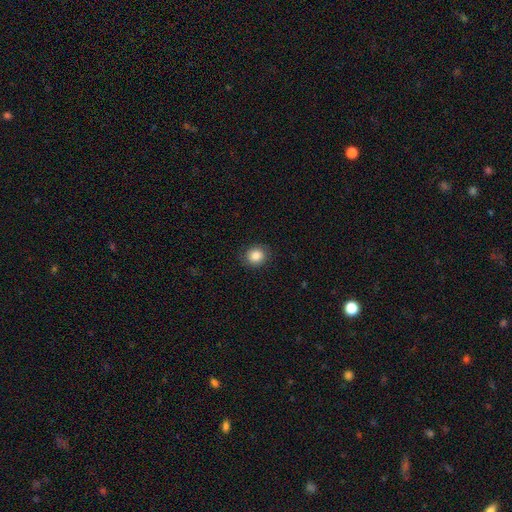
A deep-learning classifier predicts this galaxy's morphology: Q: Smooth or featured?
A: smooth (85%); runner-up: star or artifact (9%)
Q: How rounded?
A: round (79%); runner-up: in between (20%)
Q: Merging?
A: none (88%); runner-up: minor disturbance (9%)